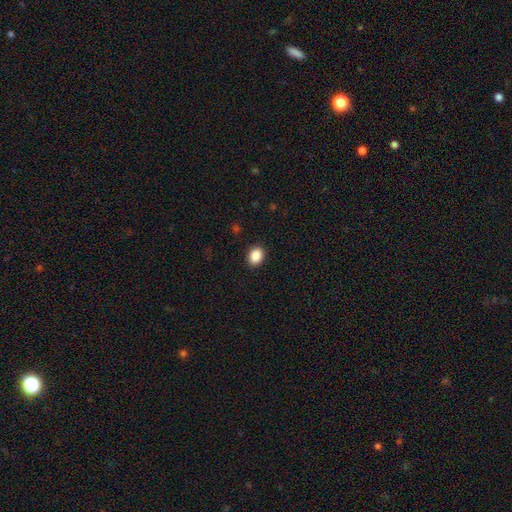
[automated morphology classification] Smooth or featured? Predicted: smooth (p=0.89). How rounded? Predicted: in between (p=0.56). Merging? Predicted: none (p=0.91).